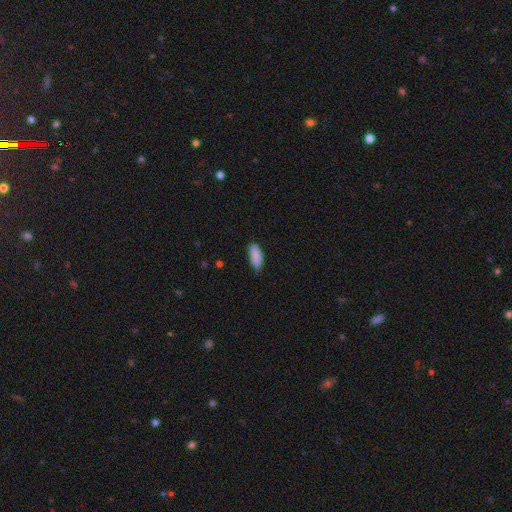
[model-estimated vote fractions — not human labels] Smooth or featured: smooth — 87% (star or artifact — 7%)
How rounded: in between — 84% (cigar-shaped — 14%)
Merging: none — 59% (minor disturbance — 34%)